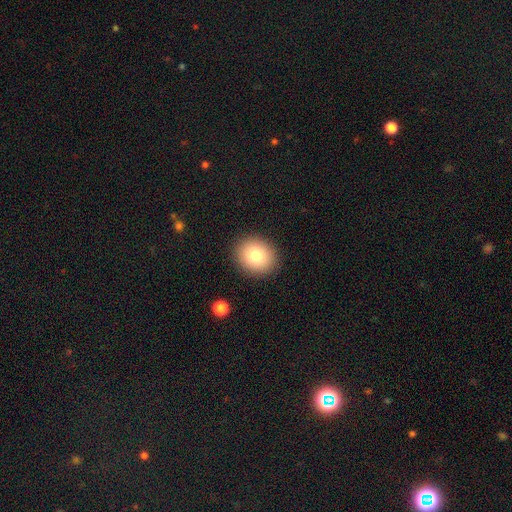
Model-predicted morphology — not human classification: Smooth or featured? smooth (82%)
How rounded? round (63%)
Merging? none (90%)